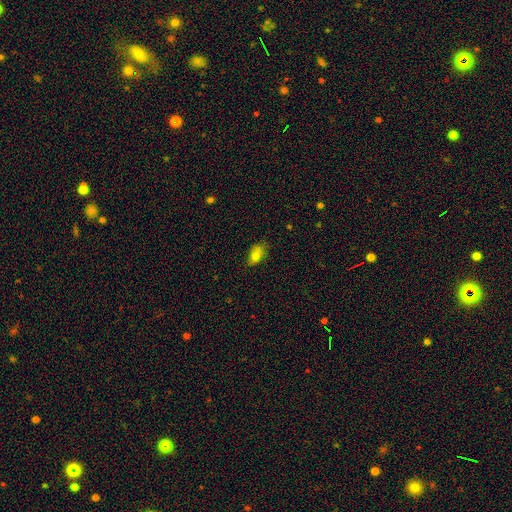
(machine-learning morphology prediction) Smooth or featured? smooth (79%)
How rounded? in between (88%)
Merging? none (60%)